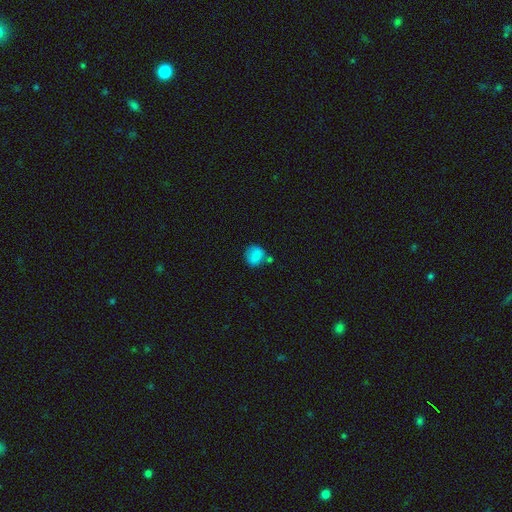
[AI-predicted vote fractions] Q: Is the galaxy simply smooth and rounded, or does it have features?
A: smooth — 82%.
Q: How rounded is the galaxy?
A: round — 69%.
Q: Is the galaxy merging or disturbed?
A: none — 58%.